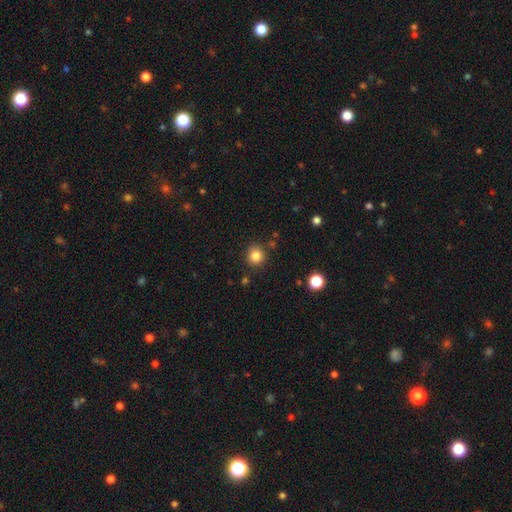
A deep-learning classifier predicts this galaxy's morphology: This appears to be a smooth galaxy with no disk features (84%) that is round (89%). Merging: none (86%).